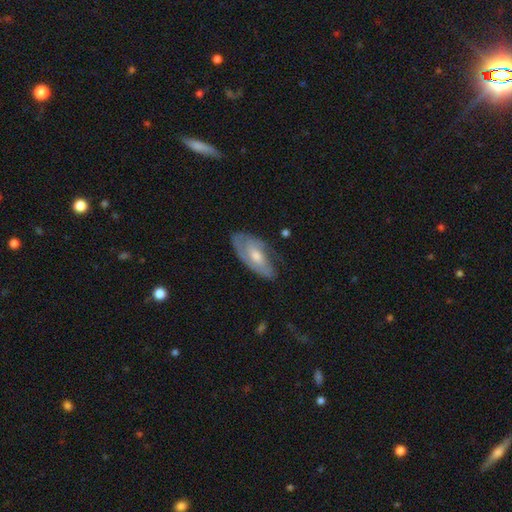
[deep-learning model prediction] This is likely a featured or disk galaxy (64%). It is clearly not viewed edge-on (88%). Bar: likely no (61%). Spiral arm pattern: likely yes (80%). Central bulge: likely moderate (64%). Merging: likely none (67%).